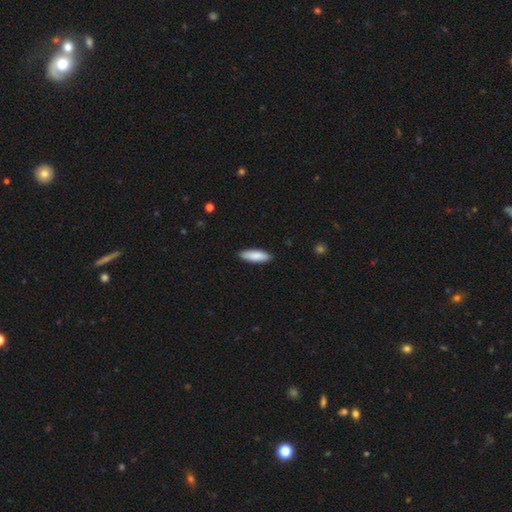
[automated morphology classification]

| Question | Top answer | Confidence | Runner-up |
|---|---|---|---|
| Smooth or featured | smooth | 88% | featured or disk (7%) |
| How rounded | in between | 56% | cigar-shaped (42%) |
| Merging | none | 89% | minor disturbance (9%) |